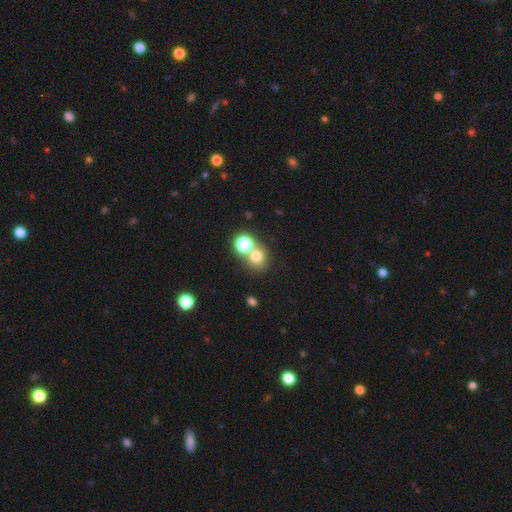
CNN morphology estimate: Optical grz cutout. It shows a smooth galaxy with no disk features (71%) that is round (80%). Merging: none (53%).